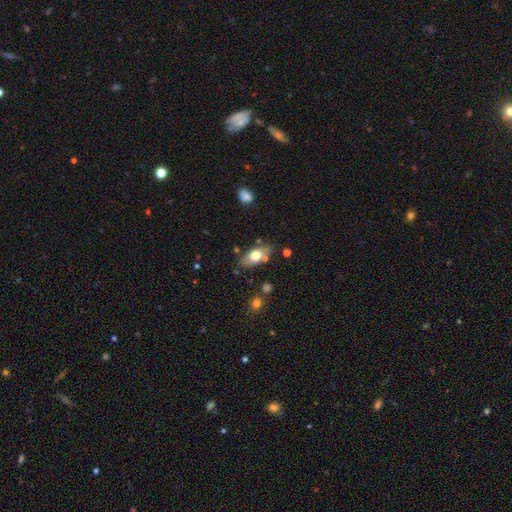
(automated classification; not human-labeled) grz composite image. It shows a smooth galaxy with no disk features (69%) that is in between round and cigar-shaped (87%). Merging: none (76%).